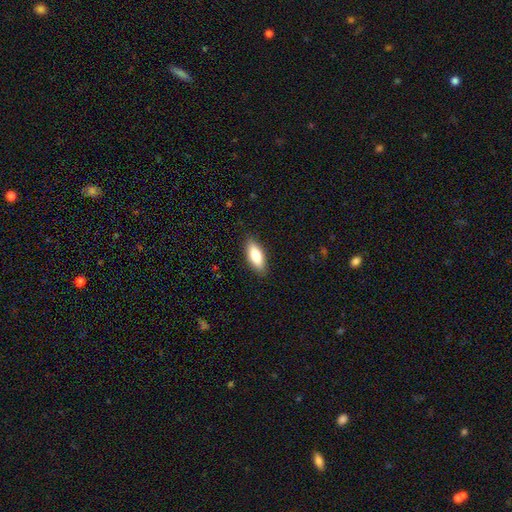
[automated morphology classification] Overall: smooth (80%). How rounded: in between (74%). Merging: none (88%).